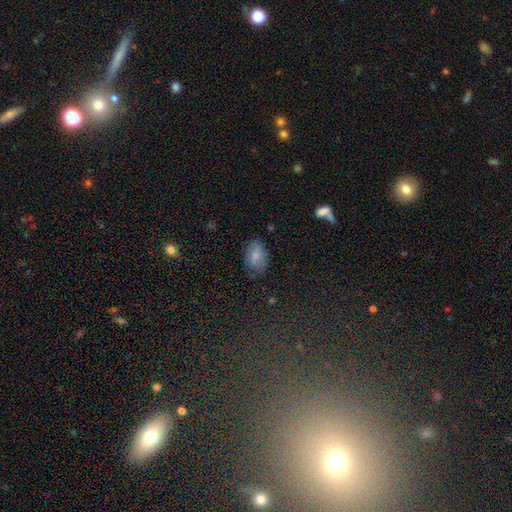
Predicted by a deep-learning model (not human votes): This appears to be a smooth galaxy with no disk features (74%) that is in between round and cigar-shaped (90%). Merging: none (70%).